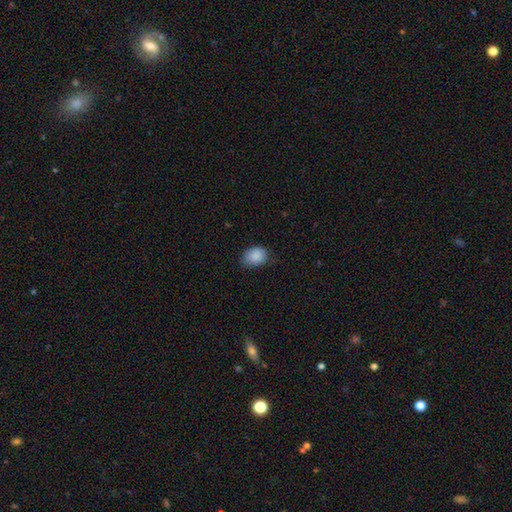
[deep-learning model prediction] A smooth galaxy with no disk features (88%) that is in between round and cigar-shaped (64%). Merging: none (64%).